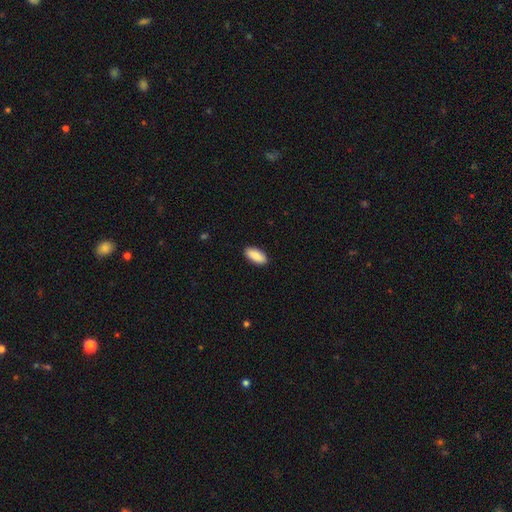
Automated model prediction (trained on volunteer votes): Smooth or featured?
  - smooth: 90% *
  - star or artifact: 6%
  - featured or disk: 4%
How rounded?
  - in between: 86% *
  - cigar-shaped: 12%
  - round: 2%
Merging?
  - none: 90% *
  - minor disturbance: 7%
  - major disturbance: 2%
  - merger: 1%